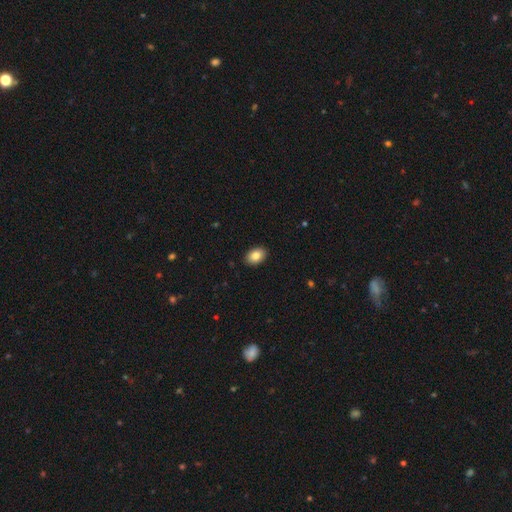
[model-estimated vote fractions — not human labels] Q: Smooth or featured?
A: smooth (84%); runner-up: featured or disk (8%)
Q: How rounded?
A: in between (85%); runner-up: round (14%)
Q: Merging?
A: none (91%); runner-up: minor disturbance (7%)